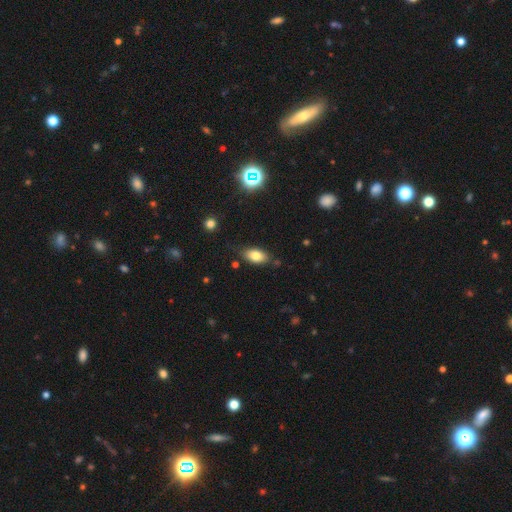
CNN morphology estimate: smooth 79%, featured or disk 12%, star or artifact 9%. Down the decision tree: how rounded — in between (90%); merging — none (78%).